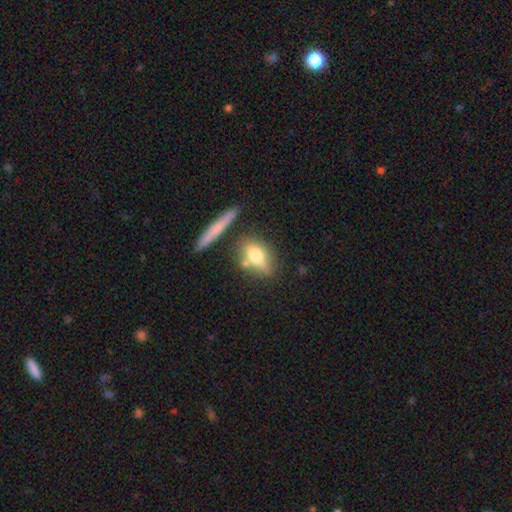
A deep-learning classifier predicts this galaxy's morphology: smooth 62%, featured or disk 29%, star or artifact 9%. Down the decision tree: how rounded — in between (61%); merging — none (67%).